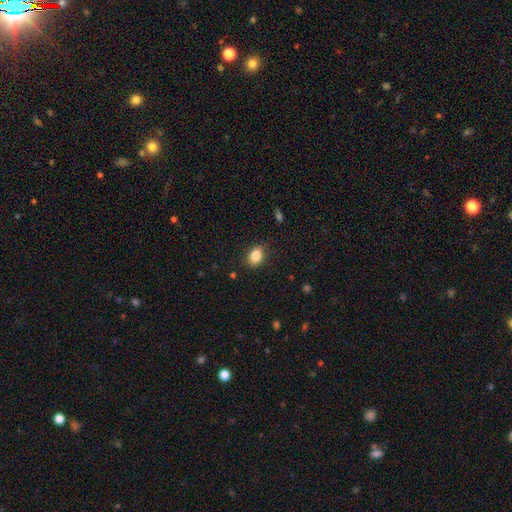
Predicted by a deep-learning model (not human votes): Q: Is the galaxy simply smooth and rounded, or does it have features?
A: smooth — 85%.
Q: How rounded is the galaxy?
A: in between — 73%.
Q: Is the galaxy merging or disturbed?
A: none — 84%.